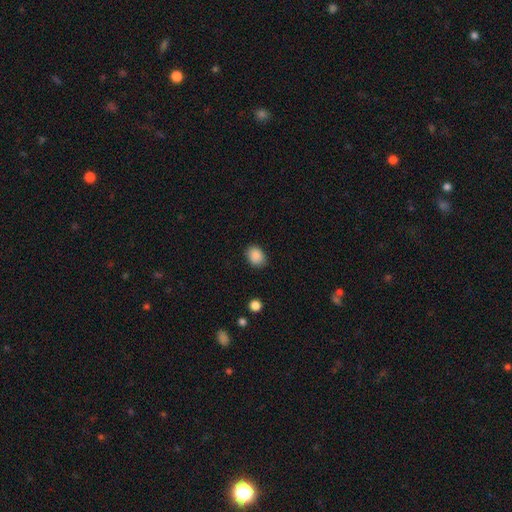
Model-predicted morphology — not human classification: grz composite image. It shows a smooth galaxy with no disk features (88%) that is in between round and cigar-shaped (68%). Merging: none (83%).